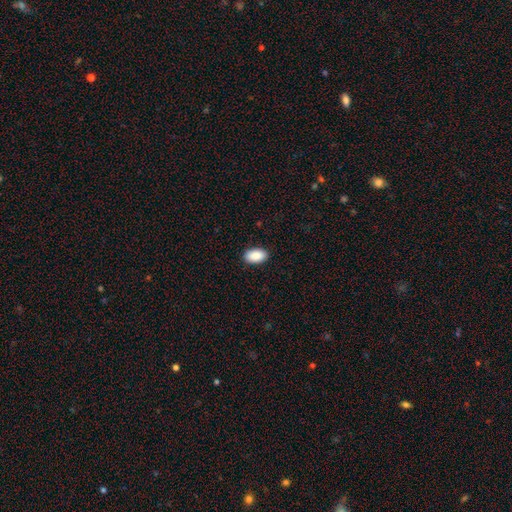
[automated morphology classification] smooth-or-featured: smooth: 91% | star or artifact: 6% | featured or disk: 3%
  how-rounded: in between: 94% | round: 4% | cigar-shaped: 2%
  merging: none: 89% | minor disturbance: 8% | major disturbance: 2% | merger: 1%